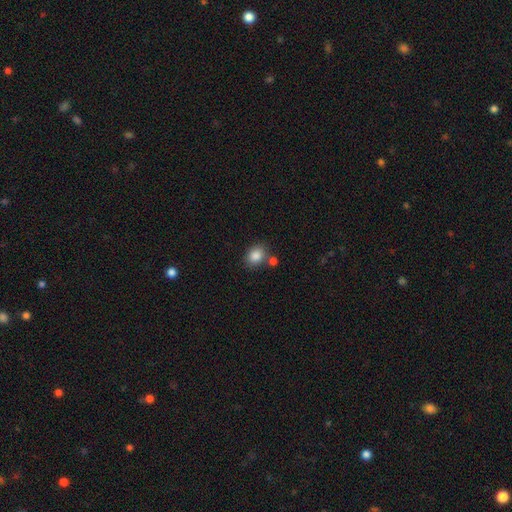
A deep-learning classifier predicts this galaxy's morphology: The model was most divided on "how rounded": in between: 55%, round: 44%, cigar-shaped: 1%. More confident: smooth or featured — smooth (85%); merging — none (69%).